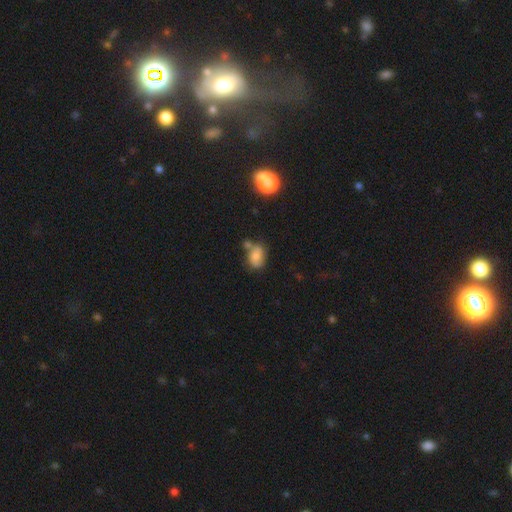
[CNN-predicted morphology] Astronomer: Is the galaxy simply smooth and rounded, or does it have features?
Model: smooth — 70%.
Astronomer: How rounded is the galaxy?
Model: in between — 78%.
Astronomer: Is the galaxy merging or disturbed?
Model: none — 45% (runner-up: merger, 24%).